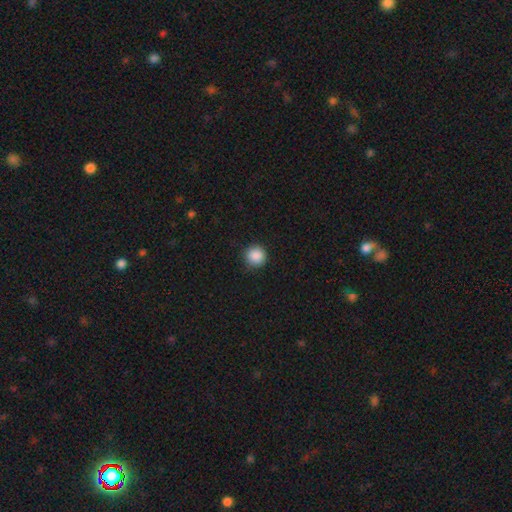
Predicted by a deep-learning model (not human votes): Smooth or featured?
  - smooth: 88% *
  - star or artifact: 9%
  - featured or disk: 3%
How rounded?
  - round: 95% *
  - in between: 4%
  - cigar-shaped: 1%
Merging?
  - none: 90% *
  - minor disturbance: 7%
  - major disturbance: 2%
  - merger: 1%